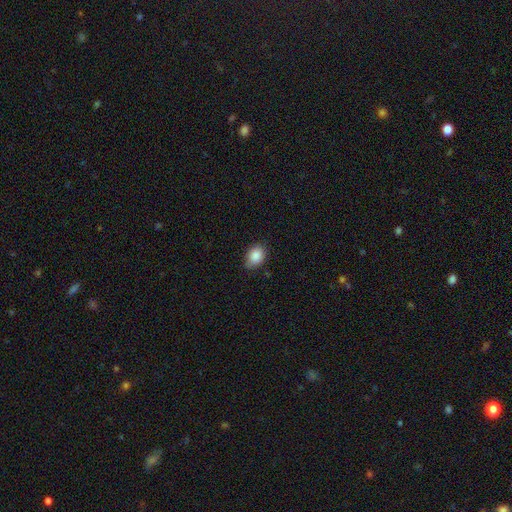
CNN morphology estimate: Smooth or featured: smooth — 87% (star or artifact — 8%)
How rounded: in between — 73% (round — 26%)
Merging: none — 76% (minor disturbance — 20%)